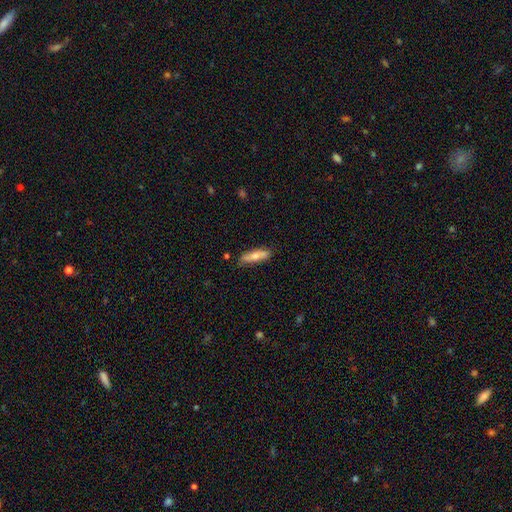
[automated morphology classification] smooth-or-featured: smooth: 63% | featured or disk: 31% | star or artifact: 6%
  how-rounded: cigar-shaped: 63% | in between: 35% | round: 2%
  merging: none: 82% | minor disturbance: 14% | major disturbance: 2% | merger: 2%